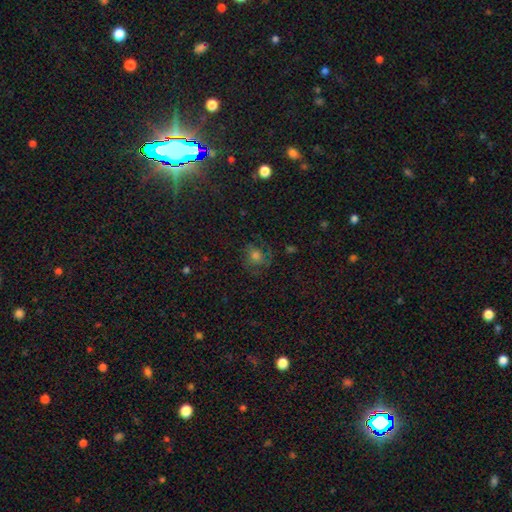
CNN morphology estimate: Q: Smooth or featured?
A: featured or disk (40%); runner-up: smooth (35%)
Q: Merging?
A: none (70%); runner-up: minor disturbance (17%)